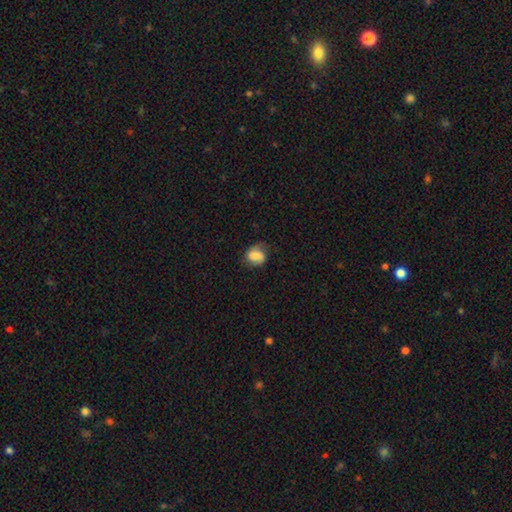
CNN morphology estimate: Smooth or featured? smooth (73%)
How rounded? round (53%)
Merging? none (61%)